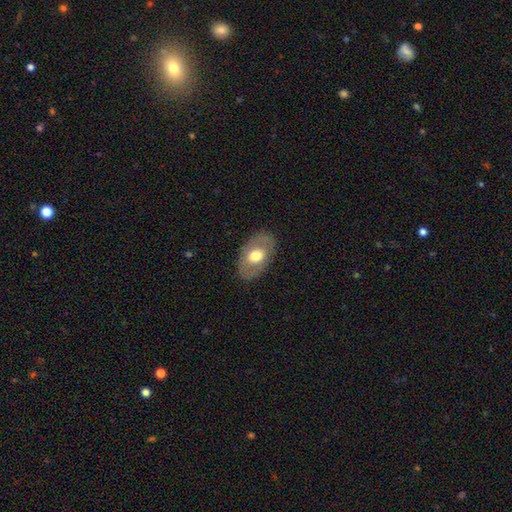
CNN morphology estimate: smooth-or-featured: smooth: 51% | featured or disk: 43% | star or artifact: 6%
  how-rounded: in between: 86% | round: 12% | cigar-shaped: 1%
  merging: none: 82% | minor disturbance: 13% | major disturbance: 5% | merger: 1%